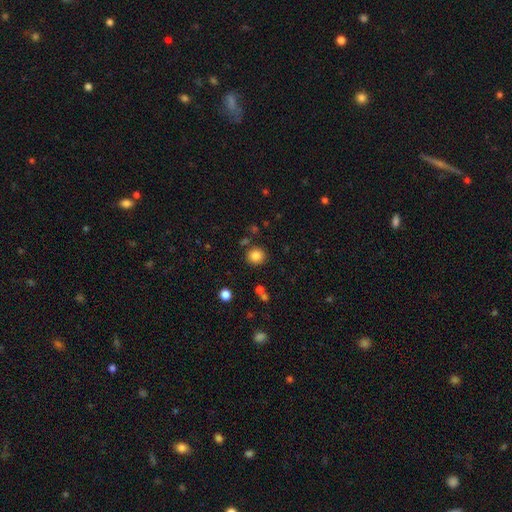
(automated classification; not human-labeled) Smooth or featured?
  - smooth: 84% *
  - star or artifact: 12%
  - featured or disk: 5%
How rounded?
  - round: 87% *
  - in between: 12%
  - cigar-shaped: 1%
Merging?
  - none: 85% *
  - minor disturbance: 8%
  - merger: 5%
  - major disturbance: 3%